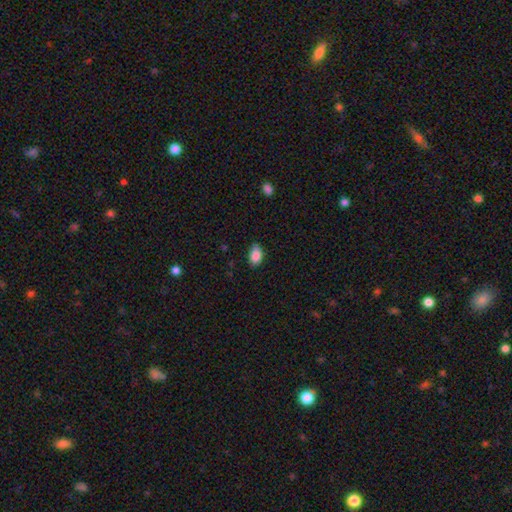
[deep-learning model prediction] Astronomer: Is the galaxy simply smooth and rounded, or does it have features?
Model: smooth — 87%.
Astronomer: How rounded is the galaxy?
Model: in between — 91%.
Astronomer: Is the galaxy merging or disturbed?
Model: none — 77%.